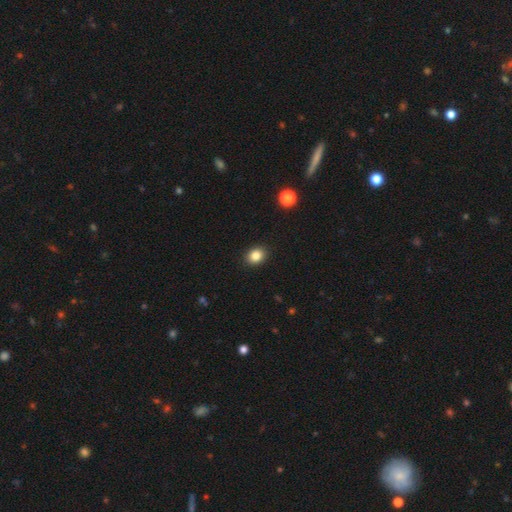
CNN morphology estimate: Smooth or featured? Predicted: smooth (p=0.85). How rounded? Predicted: round (p=0.54). Merging? Predicted: none (p=0.91).